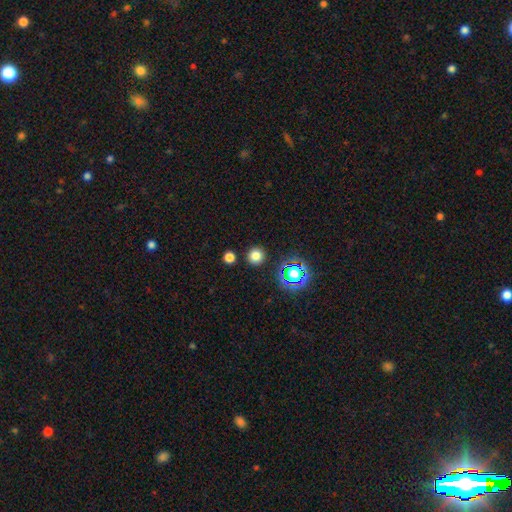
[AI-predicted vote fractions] A smooth galaxy with no disk features (76%) that is round (94%).

Vote fractions:
- Smooth or featured? smooth: 76% / star or artifact: 18% / featured or disk: 5%
- How rounded? round: 94% / in between: 5% / cigar-shaped: 1%
- Merging? none: 89% / minor disturbance: 5% / merger: 4% / major disturbance: 2%